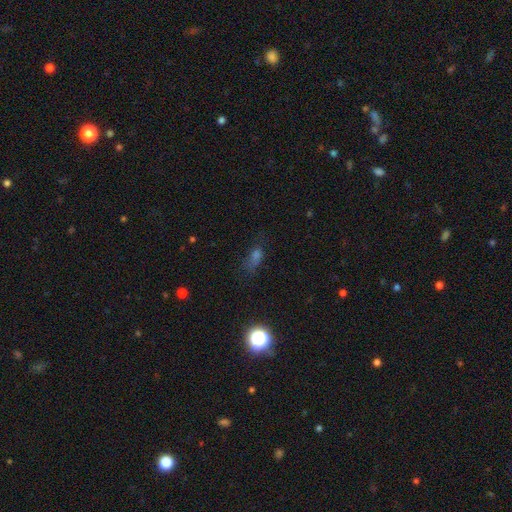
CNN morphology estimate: This appears to be a smooth galaxy with no disk features (53%) that is in between round and cigar-shaped (62%). Merging: none (58%).